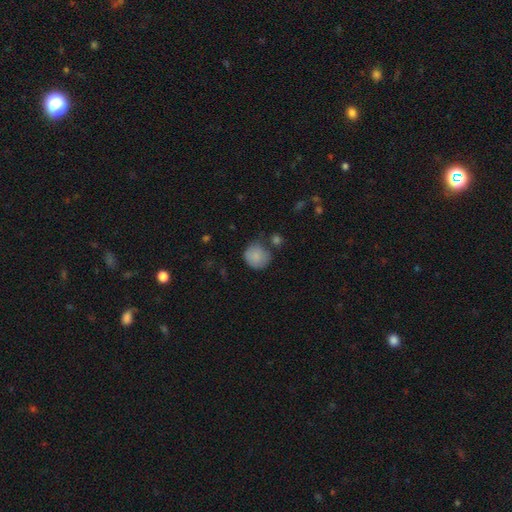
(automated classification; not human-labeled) smooth-or-featured: smooth: 84% | featured or disk: 8% | star or artifact: 8%
  how-rounded: round: 85% | in between: 14% | cigar-shaped: 1%
  merging: none: 56% | minor disturbance: 27% | merger: 9% | major disturbance: 8%